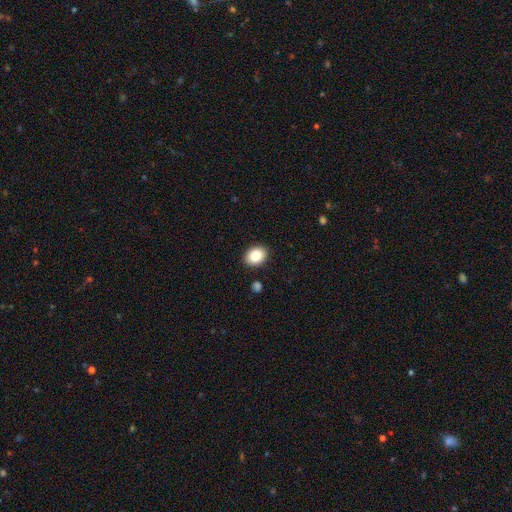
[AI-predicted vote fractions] This is clearly a smooth galaxy (85%). How rounded: likely in between (63%). Merging: clearly none (89%).